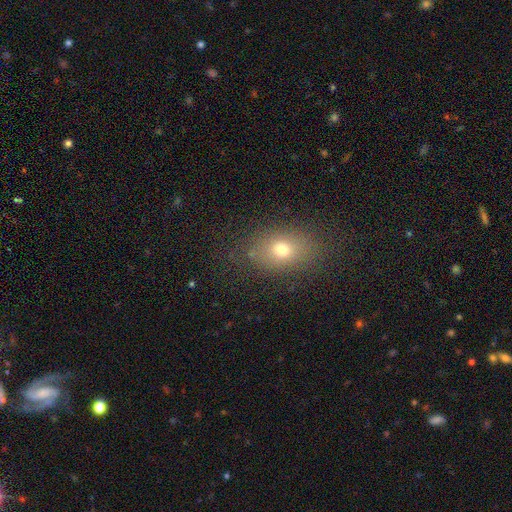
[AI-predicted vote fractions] smooth_or_featured: smooth (p=0.68) [alt: star or artifact p=0.17]
how_rounded: in between (p=0.72) [alt: round p=0.25]
merging: none (p=0.82) [alt: minor disturbance p=0.12]